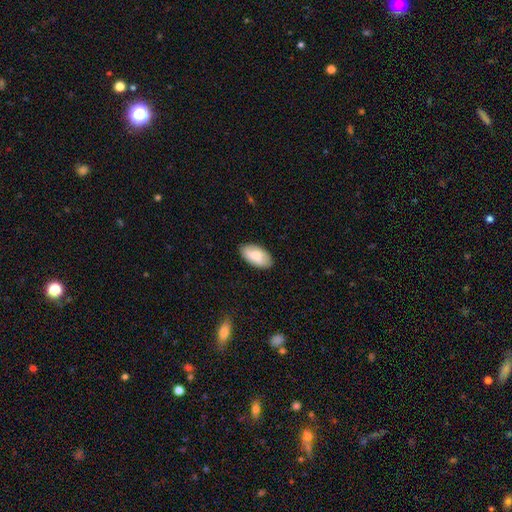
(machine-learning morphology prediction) This appears to be a smooth galaxy with no disk features (77%) that is in between round and cigar-shaped (95%). Merging: none (86%).